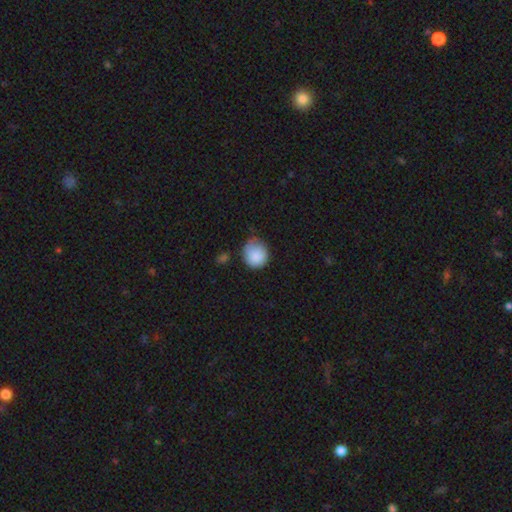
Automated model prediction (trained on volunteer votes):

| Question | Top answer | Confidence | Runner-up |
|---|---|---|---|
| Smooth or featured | smooth | 87% | star or artifact (7%) |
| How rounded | round | 81% | in between (18%) |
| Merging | none | 52% | minor disturbance (36%) |